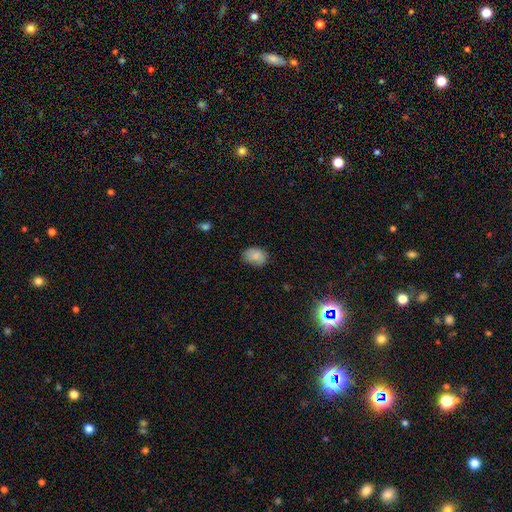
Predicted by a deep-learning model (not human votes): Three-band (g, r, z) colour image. It shows a smooth galaxy with no disk features (83%) that is in between round and cigar-shaped (76%). Merging: none (73%).